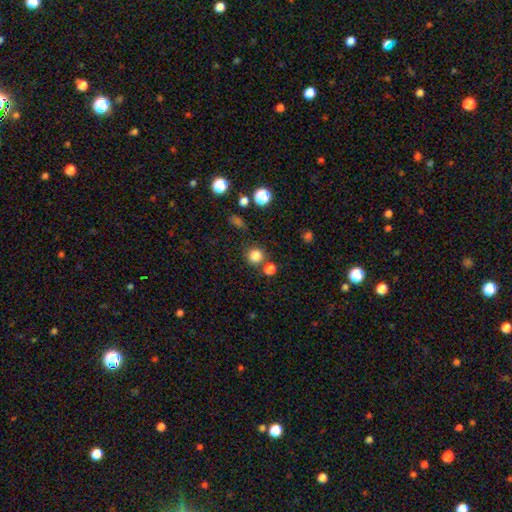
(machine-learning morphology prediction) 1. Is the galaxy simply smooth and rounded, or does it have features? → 82% smooth, 14% star or artifact, 4% featured or disk.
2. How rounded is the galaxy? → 92% round, 7% in between, 1% cigar-shaped.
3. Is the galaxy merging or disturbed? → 78% none, 10% merger, 8% minor disturbance, 3% major disturbance.